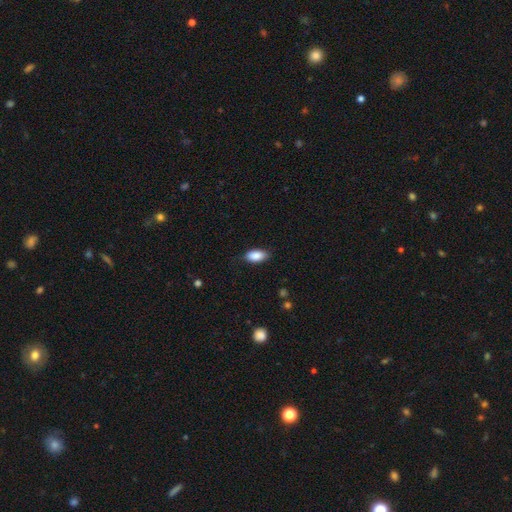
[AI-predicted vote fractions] smooth-or-featured: smooth: 88% | star or artifact: 7% | featured or disk: 5%
  how-rounded: in between: 92% | cigar-shaped: 5% | round: 3%
  merging: none: 81% | minor disturbance: 15% | major disturbance: 3% | merger: 1%